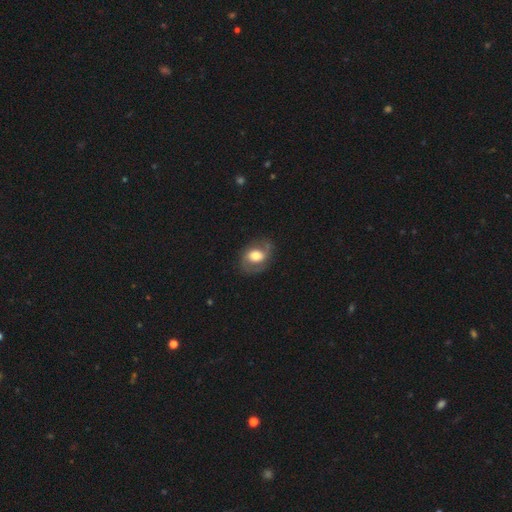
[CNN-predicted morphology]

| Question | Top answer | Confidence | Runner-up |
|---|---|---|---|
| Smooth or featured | featured or disk | 66% | smooth (27%) |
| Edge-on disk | no | 97% | yes (3%) |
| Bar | no | 48% | weak (37%) |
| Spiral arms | yes | 84% | no (16%) |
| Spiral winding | medium | 50% | loose (31%) |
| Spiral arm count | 2 | 88% | can't tell (5%) |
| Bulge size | moderate | 50% | large (37%) |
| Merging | none | 74% | minor disturbance (16%) |